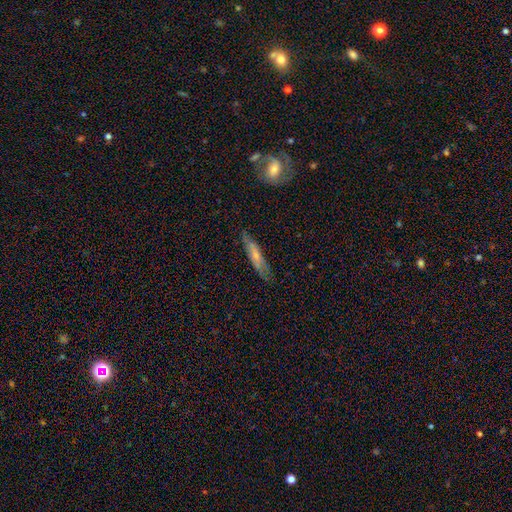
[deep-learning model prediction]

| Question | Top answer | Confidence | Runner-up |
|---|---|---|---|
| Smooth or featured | smooth | 56% | featured or disk (38%) |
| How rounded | cigar-shaped | 82% | in between (16%) |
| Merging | none | 78% | minor disturbance (17%) |